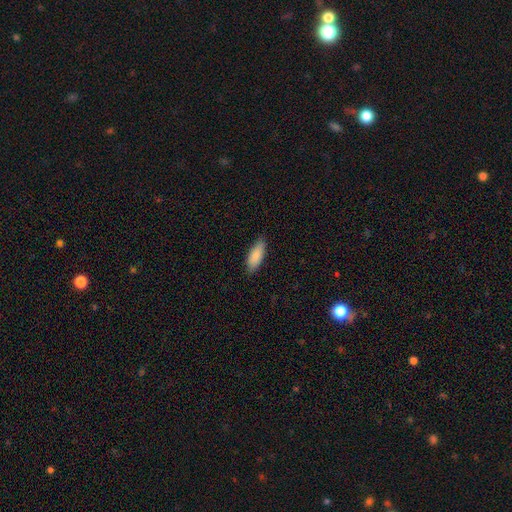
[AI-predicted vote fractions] Overall: smooth (86%). How rounded: in between (75%). Merging: none (82%).